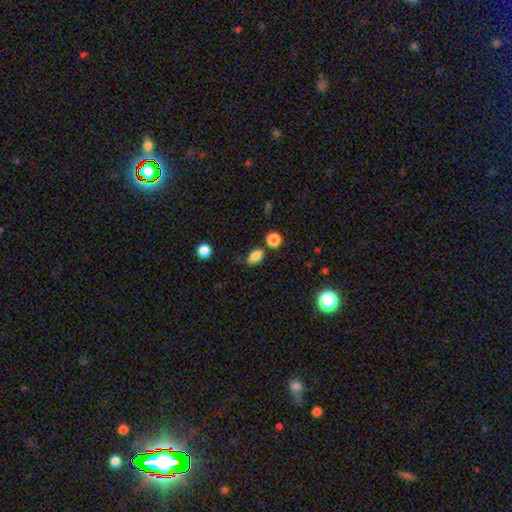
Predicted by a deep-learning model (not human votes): Morphology: type=smooth (85%); roundness=in between (84%); merging=none (71%).